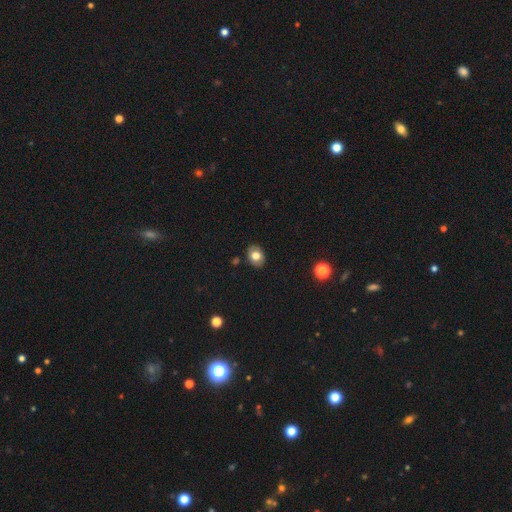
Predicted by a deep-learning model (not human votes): smooth-or-featured: smooth: 77% | featured or disk: 14% | star or artifact: 9%
  how-rounded: in between: 58% | round: 41% | cigar-shaped: 1%
  merging: none: 87% | minor disturbance: 10% | major disturbance: 2% | merger: 2%